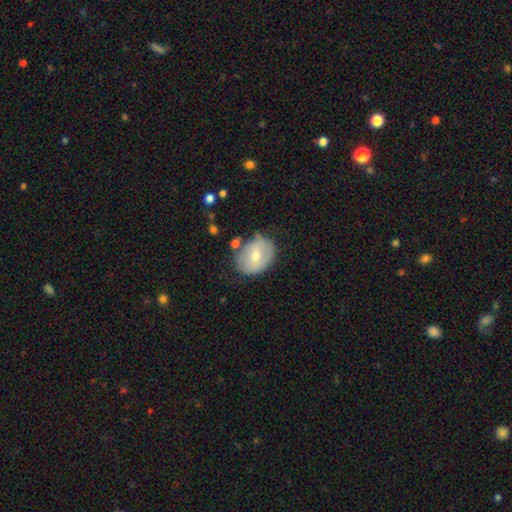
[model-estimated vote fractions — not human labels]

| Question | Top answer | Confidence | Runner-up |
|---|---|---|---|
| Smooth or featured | smooth | 60% | featured or disk (33%) |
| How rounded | in between | 50% | round (49%) |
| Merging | none | 64% | minor disturbance (24%) |